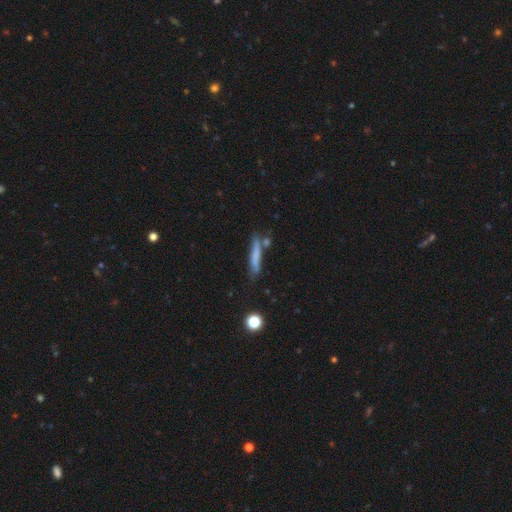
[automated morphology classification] A smooth galaxy with no disk features (65%) that is cigar-shaped (90%).

Vote fractions:
- Smooth or featured? smooth: 65% / featured or disk: 26% / star or artifact: 8%
- How rounded? cigar-shaped: 90% / in between: 8% / round: 2%
- Merging? none: 67% / minor disturbance: 19% / merger: 9% / major disturbance: 5%